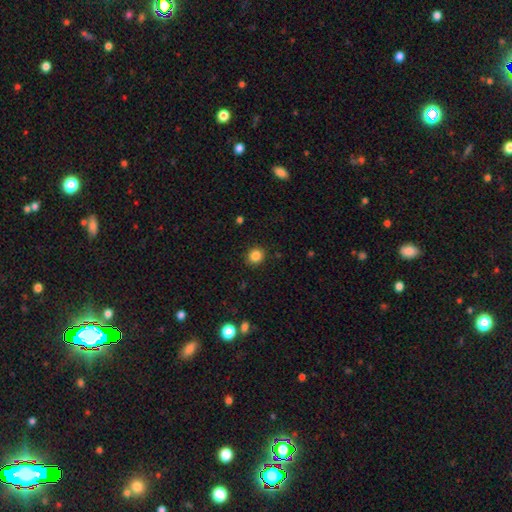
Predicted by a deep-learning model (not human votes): This is clearly a smooth galaxy (85%). How rounded: clearly round (83%). Merging: clearly none (90%).